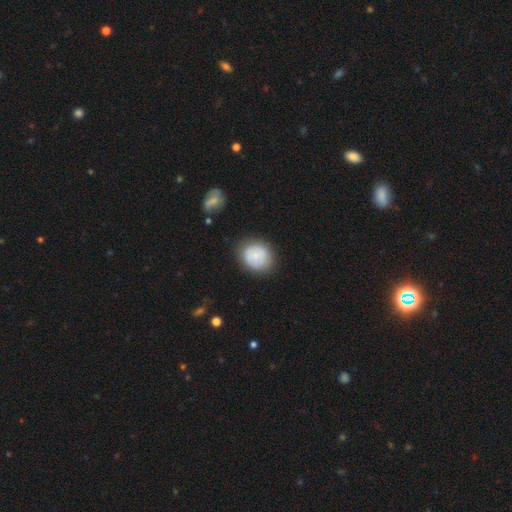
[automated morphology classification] smooth_or_featured: smooth (p=0.75) [alt: featured or disk p=0.18]
how_rounded: round (p=0.75) [alt: in between p=0.24]
merging: none (p=0.79) [alt: minor disturbance p=0.15]